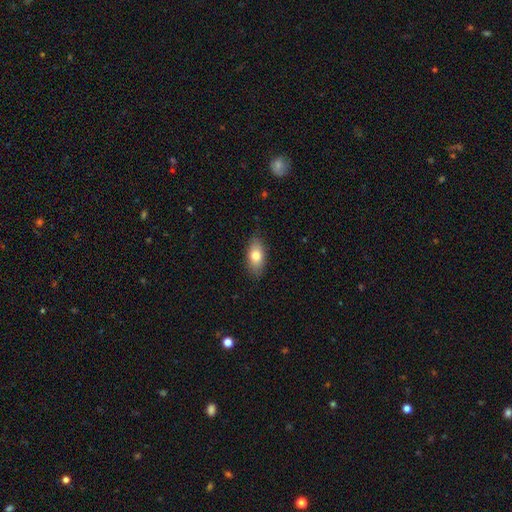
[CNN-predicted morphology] Q: Smooth or featured?
A: smooth (77%); runner-up: featured or disk (16%)
Q: How rounded?
A: in between (88%); runner-up: cigar-shaped (7%)
Q: Merging?
A: none (85%); runner-up: minor disturbance (12%)